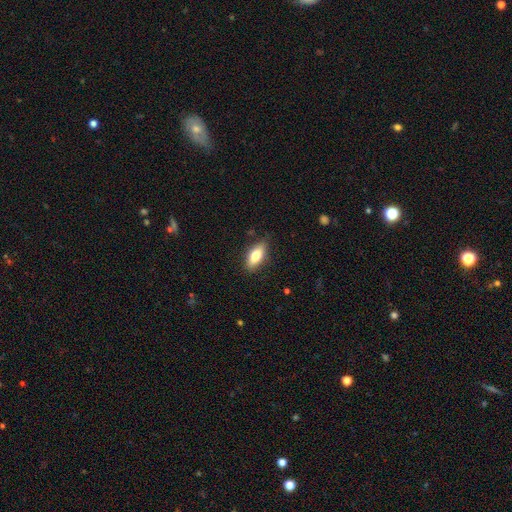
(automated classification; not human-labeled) Overall: smooth (74%). How rounded: in between (79%). Merging: none (85%).